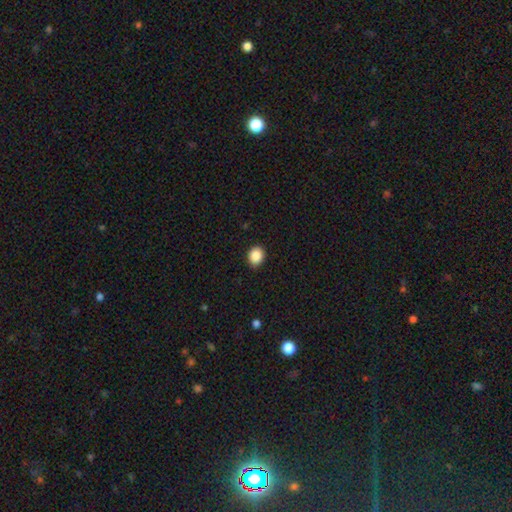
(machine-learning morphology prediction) A smooth galaxy with no disk features (88%) that is round (62%).

Vote fractions:
- Smooth or featured? smooth: 88% / star or artifact: 9% / featured or disk: 3%
- How rounded? round: 62% / in between: 38% / cigar-shaped: 1%
- Merging? none: 89% / minor disturbance: 8% / major disturbance: 2% / merger: 1%